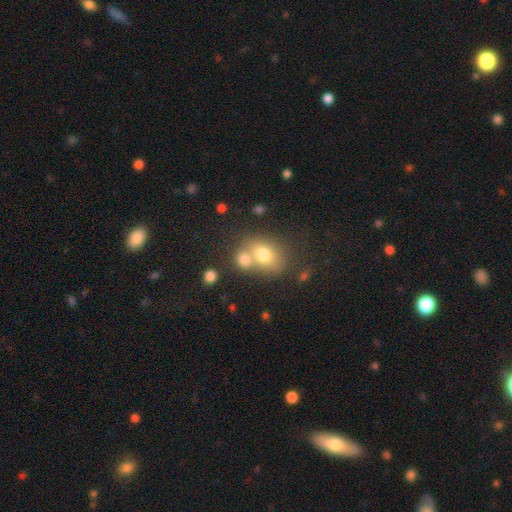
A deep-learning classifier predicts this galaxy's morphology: A smooth galaxy with no disk features (67%) that is in between round and cigar-shaped (51%). Merging: merger (46%).